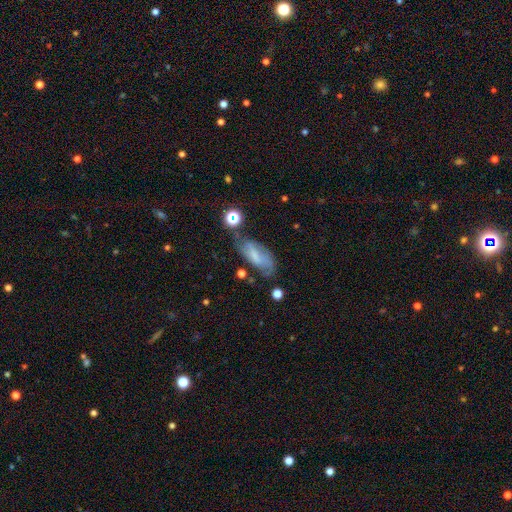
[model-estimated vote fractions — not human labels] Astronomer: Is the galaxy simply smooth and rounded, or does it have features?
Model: smooth — 46% (runner-up: featured or disk, 44%).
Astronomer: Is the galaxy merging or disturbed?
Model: none — 54%.